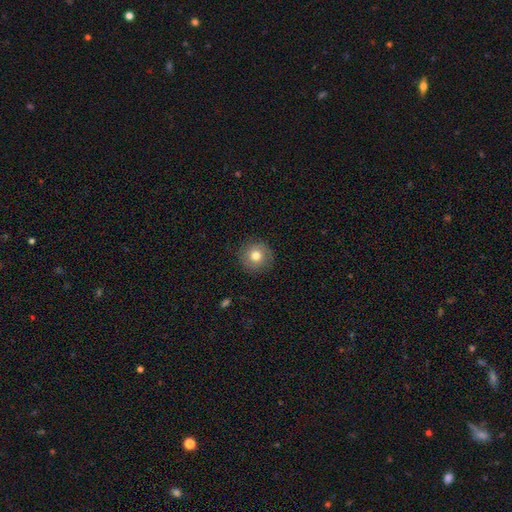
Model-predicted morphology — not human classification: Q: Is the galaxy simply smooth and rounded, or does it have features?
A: smooth — 76%.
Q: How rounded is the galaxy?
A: round — 94%.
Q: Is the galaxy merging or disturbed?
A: none — 88%.